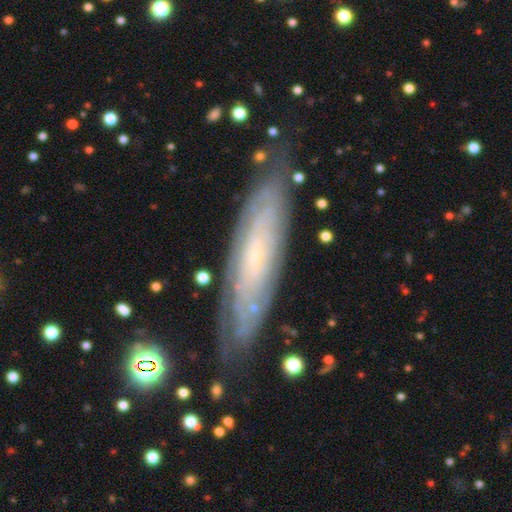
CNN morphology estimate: smooth-or-featured: featured or disk: 68% | smooth: 24% | star or artifact: 8%
  disk-edge-on: no: 65% | yes: 35%
  merging: none: 79% | minor disturbance: 15% | major disturbance: 4% | merger: 2%